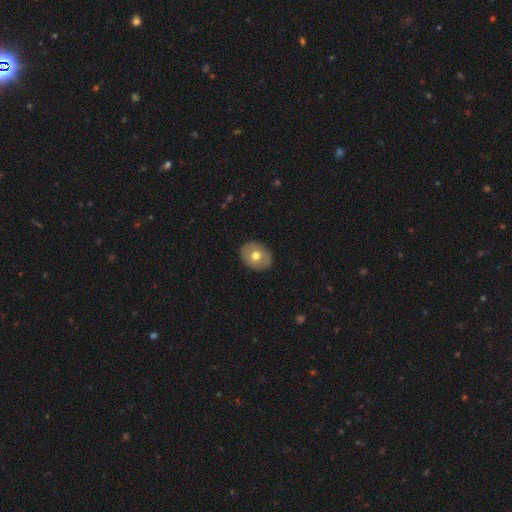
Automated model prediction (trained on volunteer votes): smooth-or-featured: smooth: 61% | featured or disk: 31% | star or artifact: 7%
  how-rounded: round: 51% | in between: 48% | cigar-shaped: 1%
  merging: none: 88% | minor disturbance: 9% | major disturbance: 2% | merger: 1%